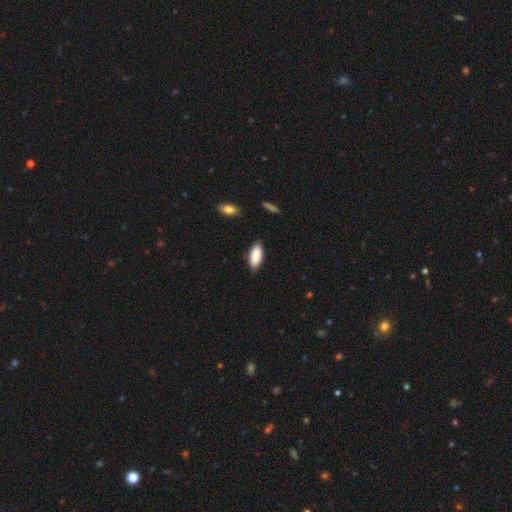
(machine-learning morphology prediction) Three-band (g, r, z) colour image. It shows a smooth galaxy with no disk features (87%) that is in between round and cigar-shaped (84%). Merging: none (84%).